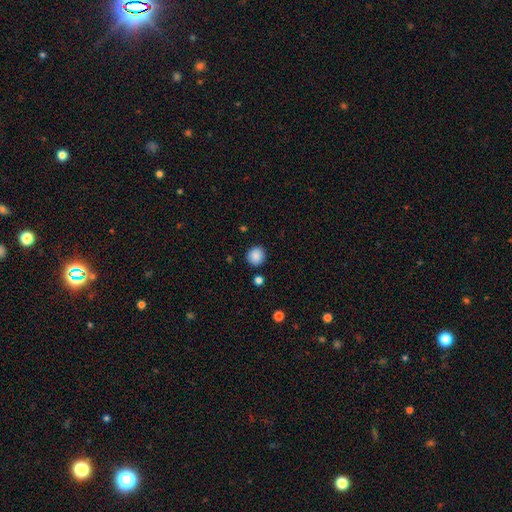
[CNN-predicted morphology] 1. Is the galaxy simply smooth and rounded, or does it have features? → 88% smooth, 9% star or artifact, 3% featured or disk.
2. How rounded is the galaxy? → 91% round, 8% in between, 1% cigar-shaped.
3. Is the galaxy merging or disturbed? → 89% none, 6% minor disturbance, 2% merger, 2% major disturbance.